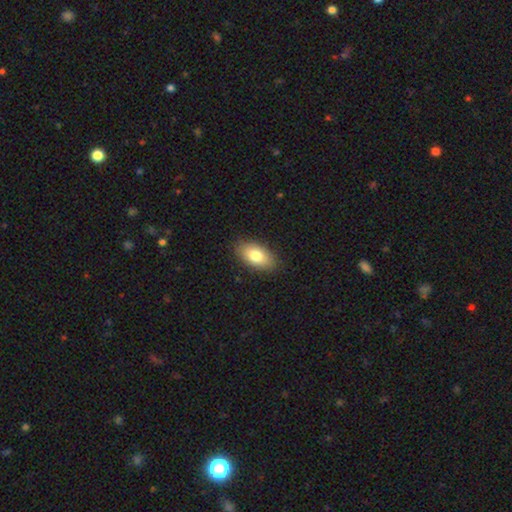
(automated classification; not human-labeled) Q: Smooth or featured?
A: smooth (79%); runner-up: featured or disk (14%)
Q: How rounded?
A: in between (92%); runner-up: round (4%)
Q: Merging?
A: none (86%); runner-up: minor disturbance (10%)